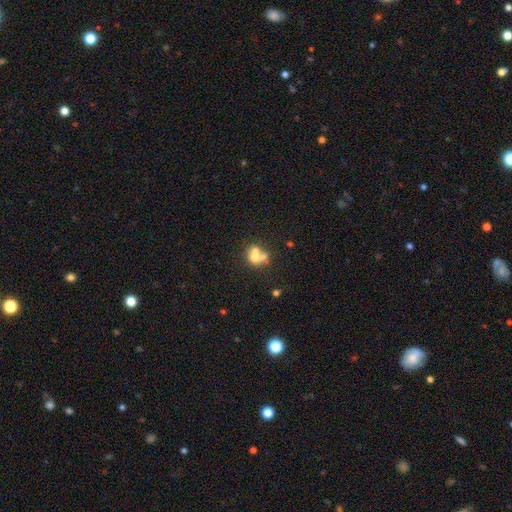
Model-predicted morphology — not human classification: smooth-or-featured: smooth: 60% | featured or disk: 27% | star or artifact: 13%
  how-rounded: round: 61% | in between: 38% | cigar-shaped: 1%
  merging: merger: 56% | none: 27% | minor disturbance: 9% | major disturbance: 8%